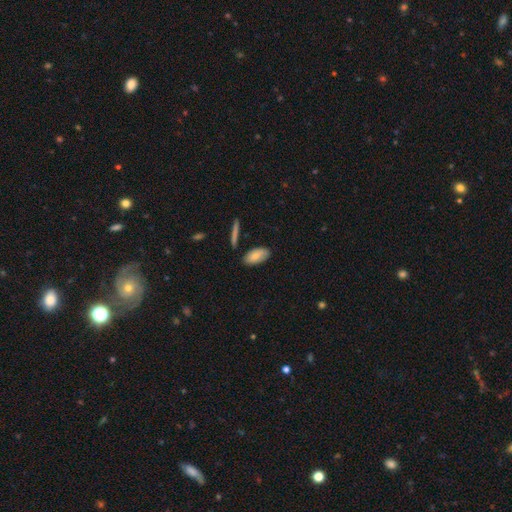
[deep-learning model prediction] Smooth or featured?
  - smooth: 75% *
  - featured or disk: 19%
  - star or artifact: 6%
How rounded?
  - in between: 91% *
  - cigar-shaped: 7%
  - round: 3%
Merging?
  - none: 78% *
  - minor disturbance: 14%
  - merger: 4%
  - major disturbance: 3%